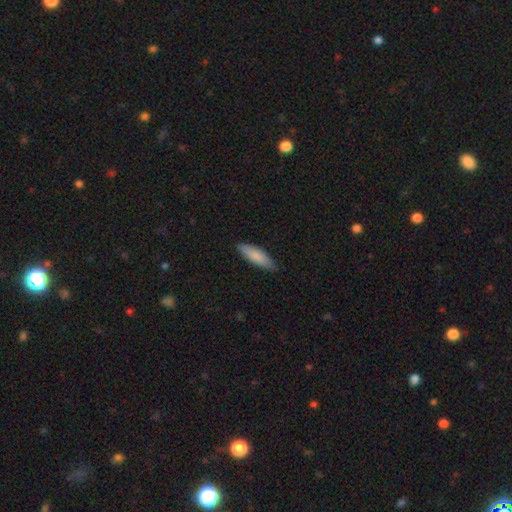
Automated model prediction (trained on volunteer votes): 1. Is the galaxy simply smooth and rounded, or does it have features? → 84% smooth, 11% featured or disk, 5% star or artifact.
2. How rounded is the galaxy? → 54% cigar-shaped, 44% in between, 1% round.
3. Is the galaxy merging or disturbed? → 84% none, 13% minor disturbance, 2% major disturbance, 1% merger.